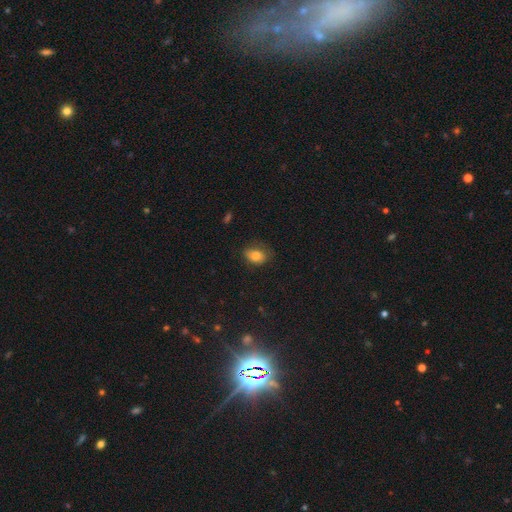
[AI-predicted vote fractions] smooth-or-featured: smooth: 81% | featured or disk: 10% | star or artifact: 9%
  how-rounded: in between: 72% | round: 27% | cigar-shaped: 1%
  merging: none: 63% | minor disturbance: 26% | major disturbance: 9% | merger: 1%